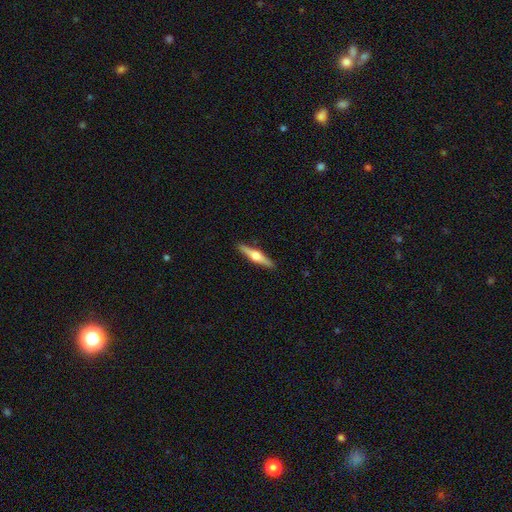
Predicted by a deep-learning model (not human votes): Overall: featured or disk (64%; smooth 31%). Edge-on disk: yes (97%). Edge-on bulge: rounded (94%). Merging: none (91%).